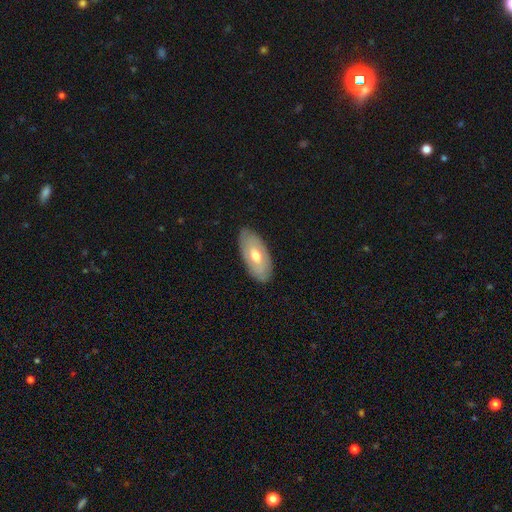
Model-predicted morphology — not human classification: smooth-or-featured: smooth: 51% | featured or disk: 43% | star or artifact: 6%
  how-rounded: in between: 91% | cigar-shaped: 6% | round: 3%
  merging: none: 84% | minor disturbance: 12% | major disturbance: 2% | merger: 1%